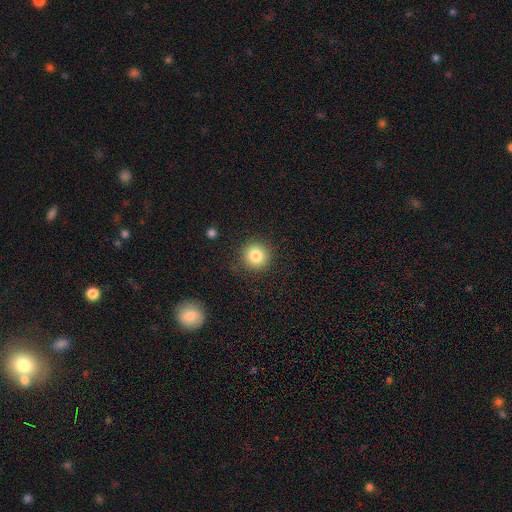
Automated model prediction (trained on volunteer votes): Smooth or featured? Predicted: smooth (p=0.83). How rounded? Predicted: round (p=0.93). Merging? Predicted: none (p=0.89).